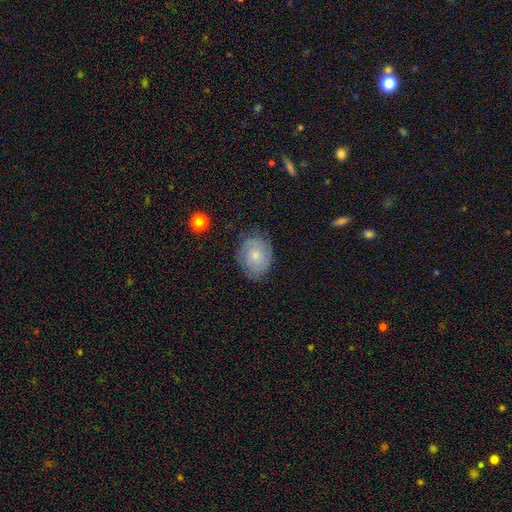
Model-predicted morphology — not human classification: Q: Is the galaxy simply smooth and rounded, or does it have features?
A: featured or disk — 52%.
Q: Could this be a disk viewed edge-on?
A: no — 97%.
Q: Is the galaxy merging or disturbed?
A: none — 75%.